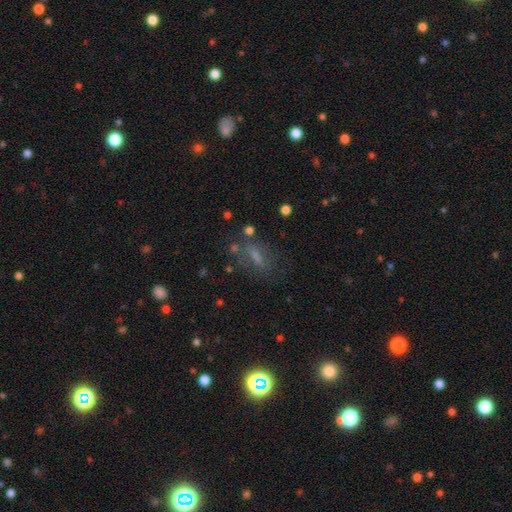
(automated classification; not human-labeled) smooth-or-featured: smooth: 48% | featured or disk: 31% | star or artifact: 21%
  merging: none: 64% | minor disturbance: 17% | major disturbance: 13% | merger: 5%